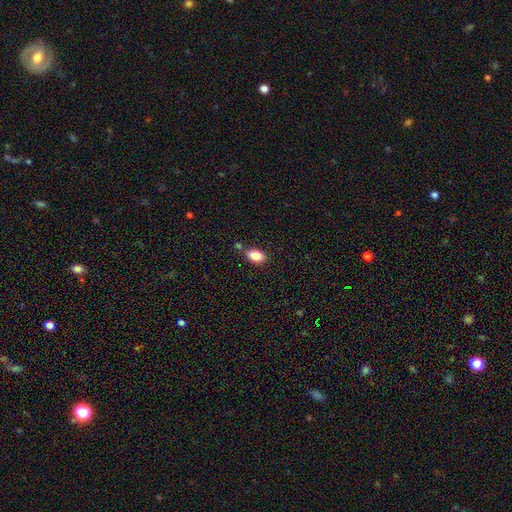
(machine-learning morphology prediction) smooth 86%, star or artifact 8%, featured or disk 6%. Down the decision tree: how rounded — in between (91%); merging — none (76%).